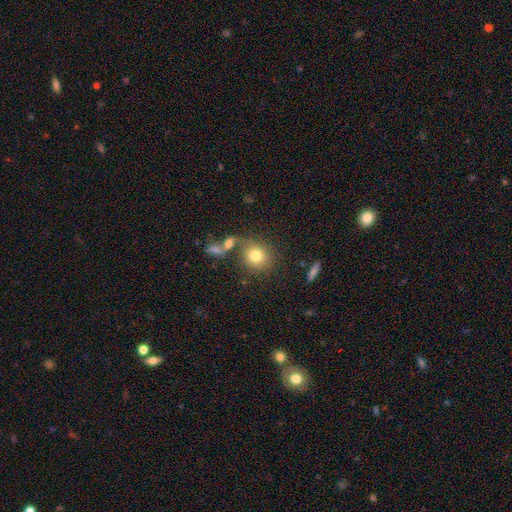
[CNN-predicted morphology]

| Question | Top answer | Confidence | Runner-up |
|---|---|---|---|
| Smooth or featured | smooth | 77% | featured or disk (12%) |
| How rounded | round | 79% | in between (20%) |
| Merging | none | 63% | merger (19%) |